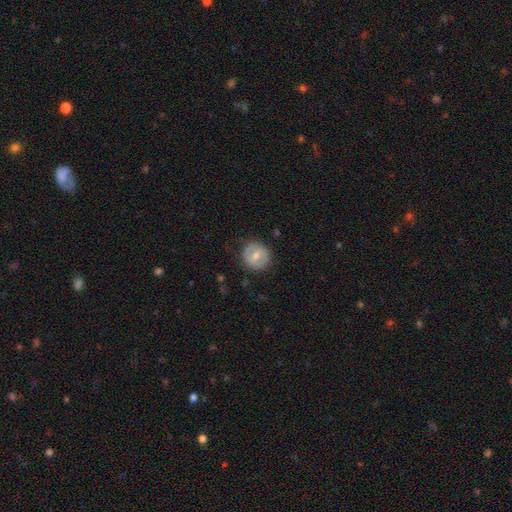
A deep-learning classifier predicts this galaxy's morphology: The model was most divided on "smooth or featured": smooth: 52%, featured or disk: 42%, star or artifact: 6%. More confident: how rounded — round (87%); merging — none (84%).